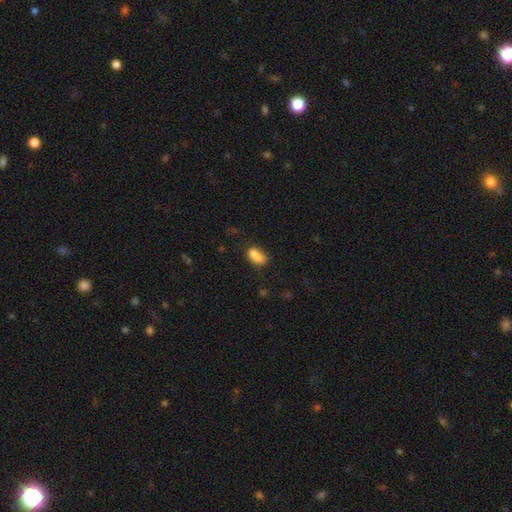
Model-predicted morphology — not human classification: smooth-or-featured: smooth: 78% | featured or disk: 12% | star or artifact: 10%
  how-rounded: in between: 81% | round: 13% | cigar-shaped: 6%
  merging: none: 37% | merger: 36% | minor disturbance: 19% | major disturbance: 8%